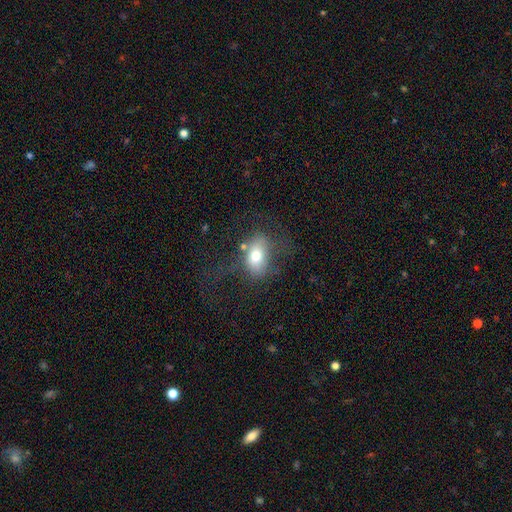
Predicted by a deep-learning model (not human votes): Smooth or featured? Predicted: smooth (p=0.70). How rounded? Predicted: in between (p=0.78). Merging? Predicted: none (p=0.50).